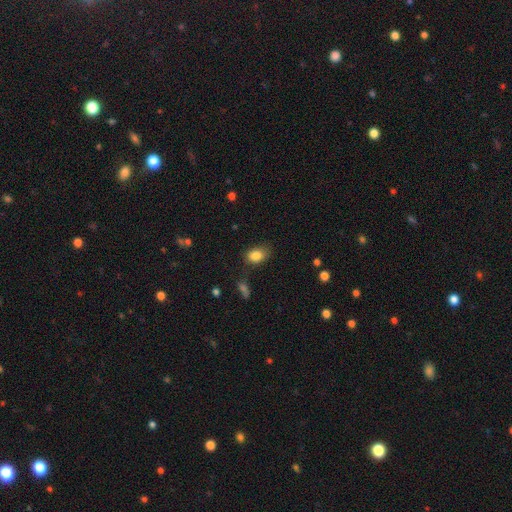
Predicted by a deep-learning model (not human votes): smooth_or_featured: smooth (p=0.84) [alt: star or artifact p=0.09]
how_rounded: in between (p=0.81) [alt: round p=0.18]
merging: none (p=0.72) [alt: minor disturbance p=0.19]